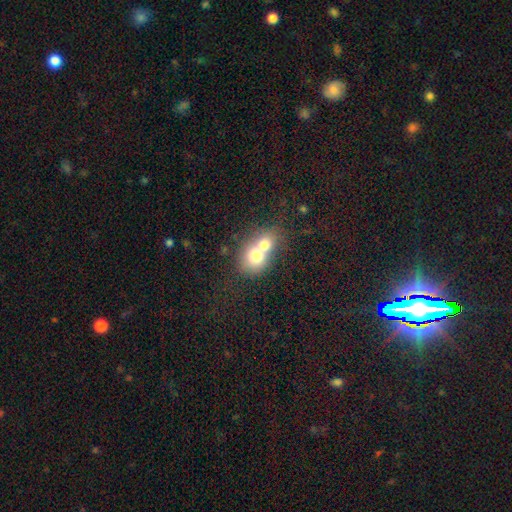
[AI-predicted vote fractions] Smooth or featured?
  - smooth: 68% *
  - featured or disk: 23%
  - star or artifact: 9%
How rounded?
  - round: 58% *
  - in between: 41%
  - cigar-shaped: 1%
Merging?
  - merger: 74% *
  - none: 17%
  - minor disturbance: 5%
  - major disturbance: 3%